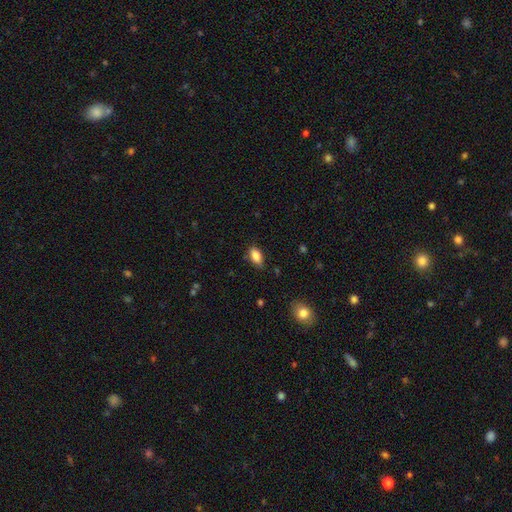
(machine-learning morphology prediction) This appears to be a smooth galaxy with no disk features (85%) that is in between round and cigar-shaped (90%). Merging: none (78%).